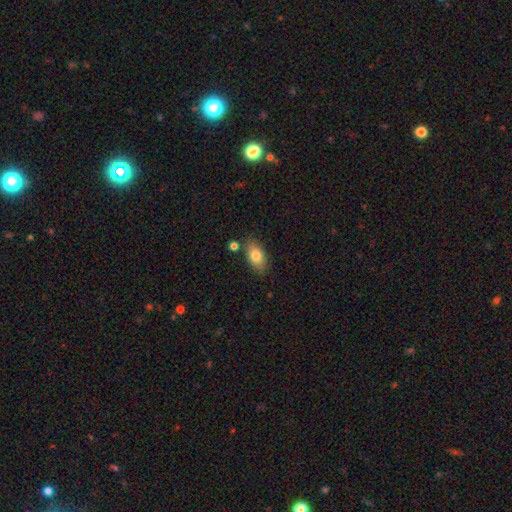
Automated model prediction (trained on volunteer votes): Smooth or featured?
  - smooth: 79% *
  - featured or disk: 14%
  - star or artifact: 7%
How rounded?
  - in between: 89% *
  - round: 6%
  - cigar-shaped: 4%
Merging?
  - none: 80% *
  - minor disturbance: 12%
  - merger: 5%
  - major disturbance: 3%